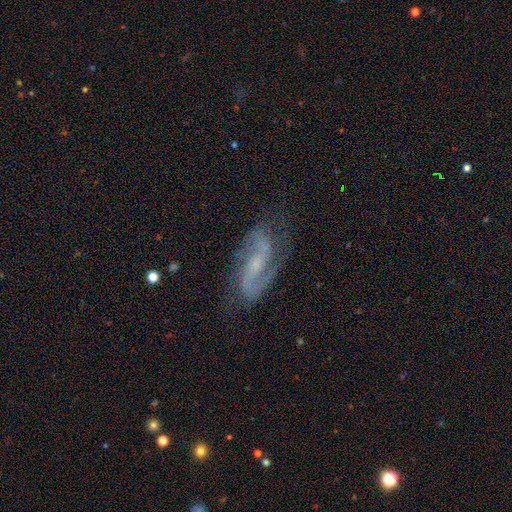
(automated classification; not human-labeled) Smooth or featured?
  - featured or disk: 84% *
  - star or artifact: 9%
  - smooth: 7%
Edge-on disk?
  - no: 95% *
  - yes: 5%
Bar?
  - weak: 46% *
  - no: 30%
  - strong: 24%
Spiral arms?
  - yes: 97% *
  - no: 3%
Spiral winding?
  - medium: 49% *
  - loose: 32%
  - tight: 19%
Spiral arm count?
  - 2: 91% *
  - can't tell: 3%
  - 1: 2%
  - 3: 2%
  - 4: 1%
  - more than 4: 1%
Bulge size?
  - small: 62% *
  - moderate: 23%
  - none: 12%
  - large: 2%
  - dominant: 1%
Merging?
  - none: 79% *
  - minor disturbance: 14%
  - major disturbance: 5%
  - merger: 2%